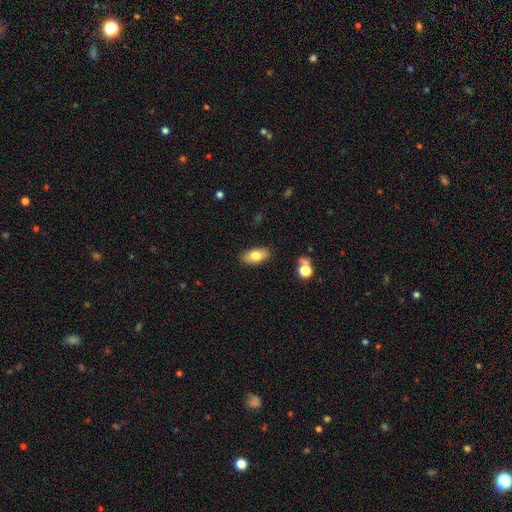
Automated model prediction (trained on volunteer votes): A smooth galaxy with no disk features (76%) that is in between round and cigar-shaped (90%).

Vote fractions:
- Smooth or featured? smooth: 76% / featured or disk: 16% / star or artifact: 8%
- How rounded? in between: 90% / cigar-shaped: 5% / round: 5%
- Merging? none: 86% / minor disturbance: 10% / major disturbance: 2% / merger: 2%